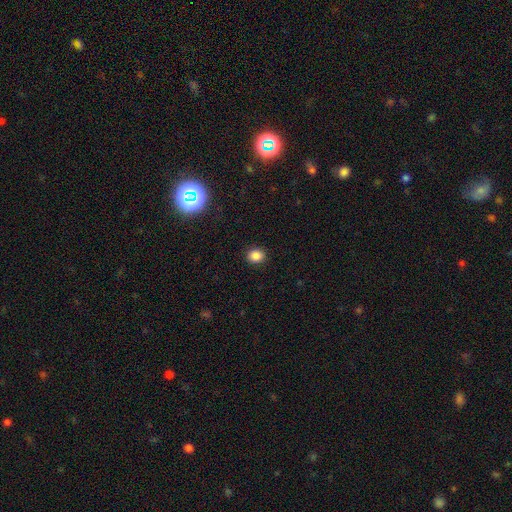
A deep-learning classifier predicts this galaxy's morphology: Smooth or featured?
  - smooth: 84% *
  - star or artifact: 12%
  - featured or disk: 4%
How rounded?
  - round: 73% *
  - in between: 26%
  - cigar-shaped: 1%
Merging?
  - none: 91% *
  - minor disturbance: 6%
  - major disturbance: 2%
  - merger: 1%